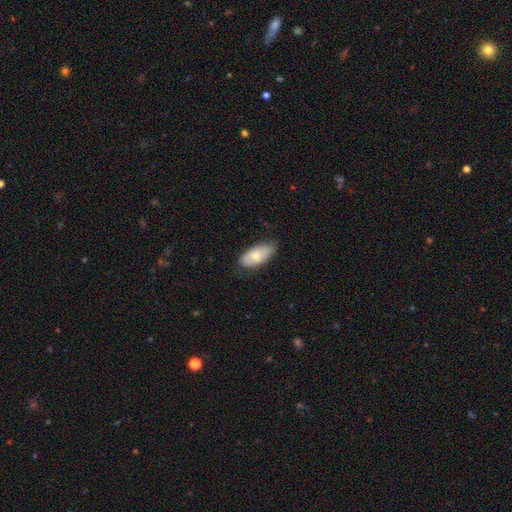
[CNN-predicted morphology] The model was most divided on "smooth or featured": smooth: 67%, featured or disk: 26%, star or artifact: 6%. More confident: how rounded — in between (92%); merging — none (75%).